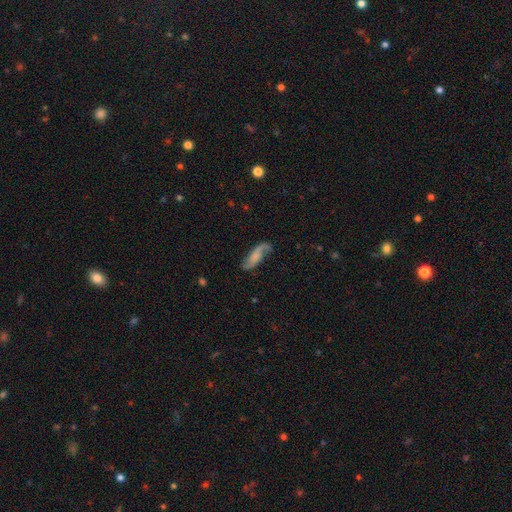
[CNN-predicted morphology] This is likely a featured or disk galaxy (68%). It is clearly not viewed edge-on (89%). Bar: possibly no (56%). Spiral arm pattern: clearly yes (94%). Spiral arm count: clearly 2 (87%). Spiral winding: likely loose (70%). Central bulge: possibly none (46%). Merging: likely none (70%).